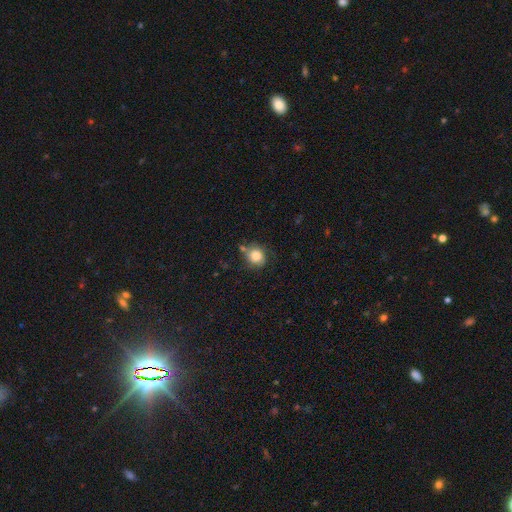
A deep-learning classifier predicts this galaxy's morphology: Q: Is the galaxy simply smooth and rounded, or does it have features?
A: smooth — 80%.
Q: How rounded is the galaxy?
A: round — 80%.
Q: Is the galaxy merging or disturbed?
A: none — 59%.